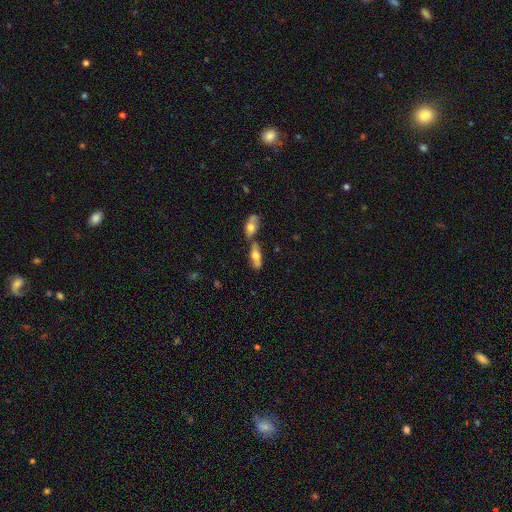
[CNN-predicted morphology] This appears to be a smooth galaxy with no disk features (59%) that is in between round and cigar-shaped (64%). Merging: merger (47%).